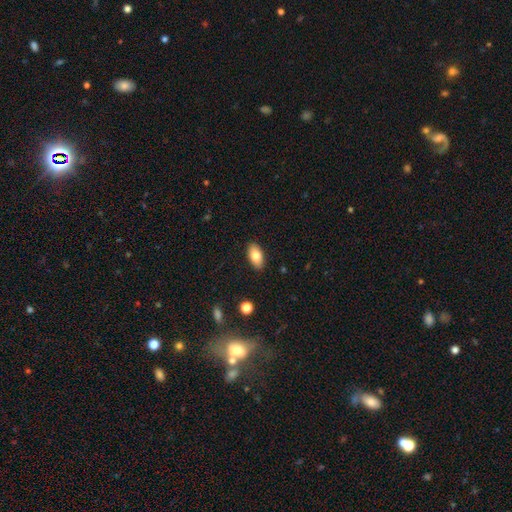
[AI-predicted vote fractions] Smooth or featured? smooth (79%)
How rounded? in between (92%)
Merging? none (89%)